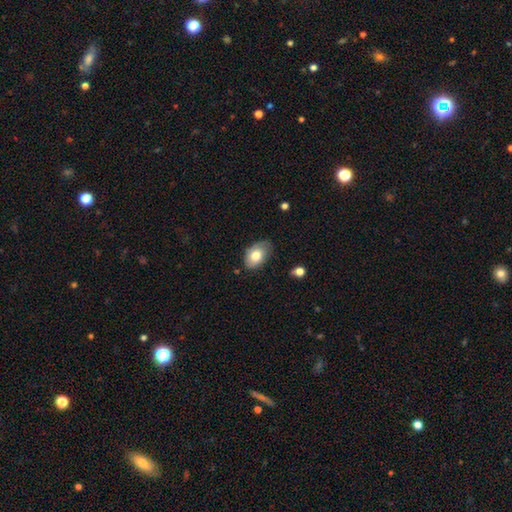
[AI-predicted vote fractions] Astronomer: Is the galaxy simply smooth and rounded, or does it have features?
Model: smooth — 76%.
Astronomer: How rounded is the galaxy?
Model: in between — 88%.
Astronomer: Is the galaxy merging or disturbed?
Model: none — 67%.